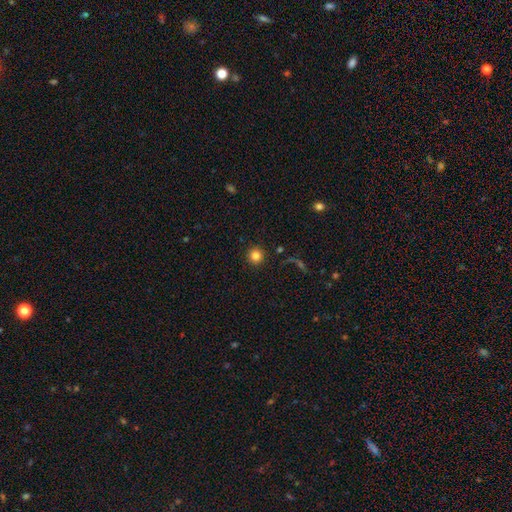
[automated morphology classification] A smooth galaxy with no disk features (83%) that is round (95%).

Vote fractions:
- Smooth or featured? smooth: 83% / star or artifact: 11% / featured or disk: 6%
- How rounded? round: 95% / in between: 4% / cigar-shaped: 1%
- Merging? none: 91% / minor disturbance: 4% / major disturbance: 2% / merger: 2%